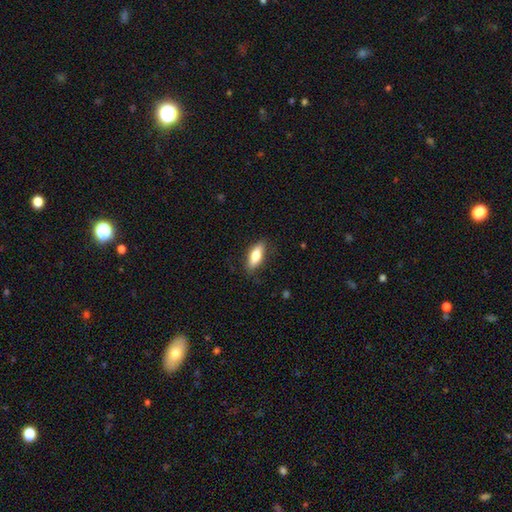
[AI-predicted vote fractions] A smooth galaxy with no disk features (76%) that is in between round and cigar-shaped (71%).

Vote fractions:
- Smooth or featured? smooth: 76% / featured or disk: 18% / star or artifact: 6%
- How rounded? in between: 71% / cigar-shaped: 27% / round: 3%
- Merging? none: 83% / minor disturbance: 13% / major disturbance: 3% / merger: 1%